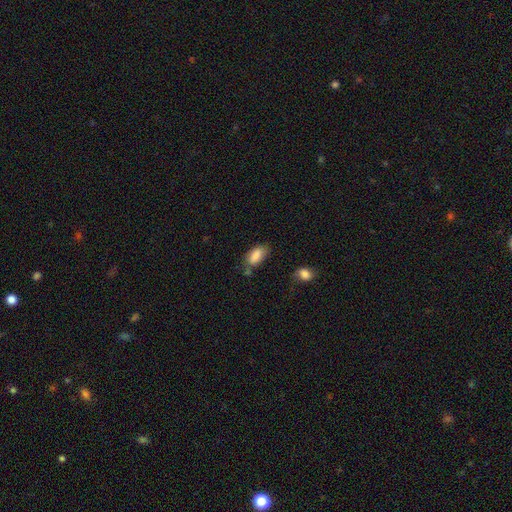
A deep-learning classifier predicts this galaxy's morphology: Smooth or featured?
  - smooth: 85% *
  - featured or disk: 8%
  - star or artifact: 7%
How rounded?
  - in between: 92% *
  - cigar-shaped: 5%
  - round: 3%
Merging?
  - none: 60% *
  - minor disturbance: 25%
  - merger: 8%
  - major disturbance: 7%